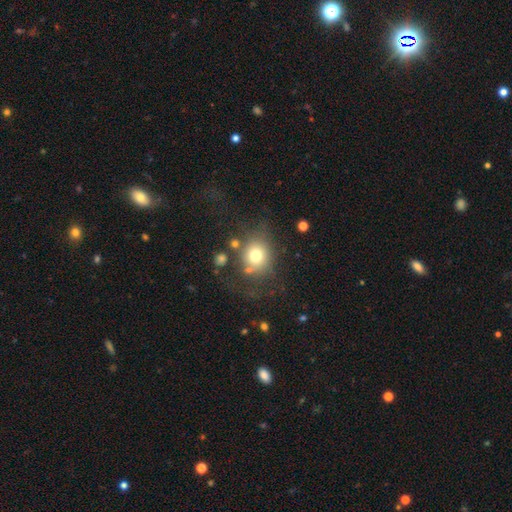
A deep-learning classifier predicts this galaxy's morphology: A smooth galaxy with no disk features (72%) that is round (78%).

Vote fractions:
- Smooth or featured? smooth: 72% / featured or disk: 14% / star or artifact: 14%
- How rounded? round: 78% / in between: 21% / cigar-shaped: 1%
- Merging? none: 64% / minor disturbance: 16% / major disturbance: 12% / merger: 8%